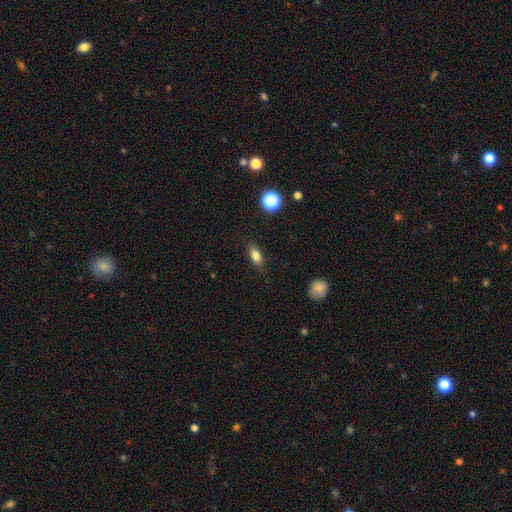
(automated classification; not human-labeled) Overall: smooth (78%). How rounded: in between (75%). Merging: none (84%).